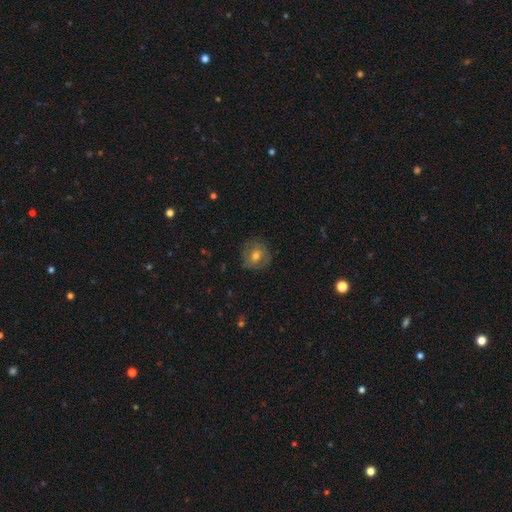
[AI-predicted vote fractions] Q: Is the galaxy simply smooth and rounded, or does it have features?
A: smooth — 54%.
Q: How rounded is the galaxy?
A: round — 82%.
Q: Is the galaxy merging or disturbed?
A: none — 77%.